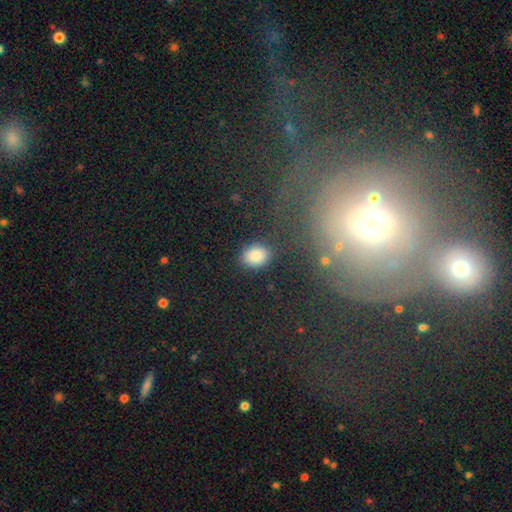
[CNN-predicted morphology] A smooth galaxy with no disk features (86%) that is in between round and cigar-shaped (63%). Merging: none (82%).